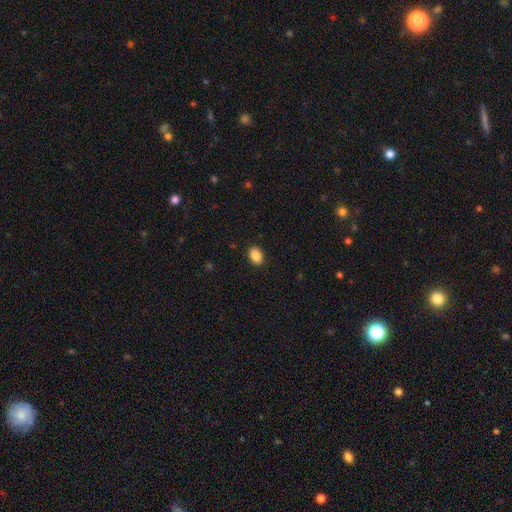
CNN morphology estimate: Overall: smooth (88%). How rounded: in between (82%). Merging: none (90%).